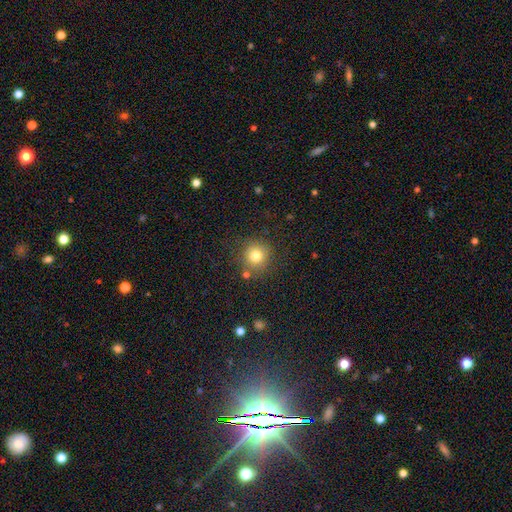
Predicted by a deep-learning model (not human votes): smooth-or-featured: smooth: 78% | star or artifact: 13% | featured or disk: 8%
  how-rounded: round: 91% | in between: 8% | cigar-shaped: 1%
  merging: none: 82% | minor disturbance: 10% | merger: 5% | major disturbance: 4%